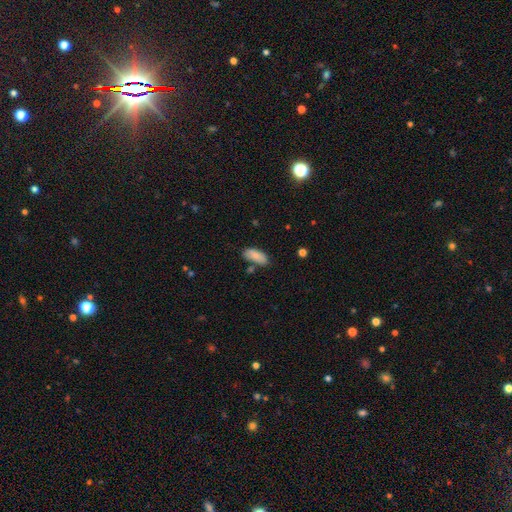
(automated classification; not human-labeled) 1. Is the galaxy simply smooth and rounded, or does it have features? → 87% smooth, 7% featured or disk, 6% star or artifact.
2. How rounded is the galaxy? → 85% in between, 13% cigar-shaped, 2% round.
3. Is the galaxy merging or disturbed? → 70% none, 19% minor disturbance, 7% merger, 4% major disturbance.